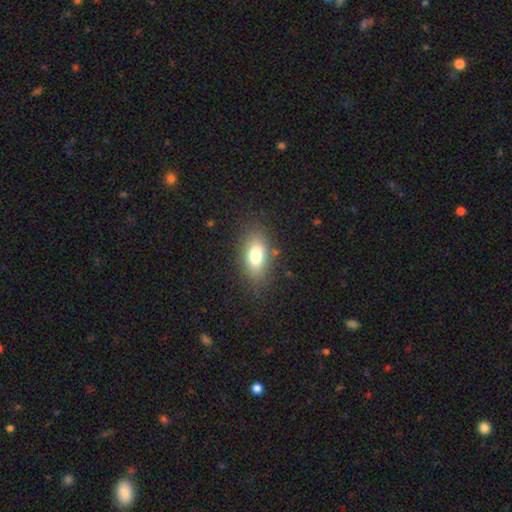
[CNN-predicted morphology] Overall: smooth (75%). How rounded: in between (85%). Merging: none (82%).